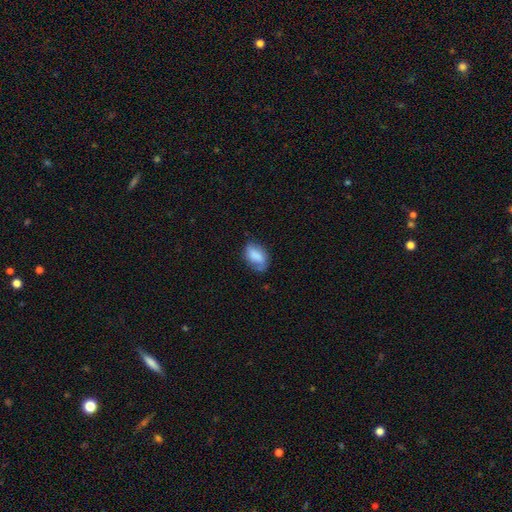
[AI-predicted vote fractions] smooth_or_featured: smooth (p=0.80) [alt: featured or disk p=0.12]
how_rounded: in between (p=0.89) [alt: round p=0.09]
merging: none (p=0.61) [alt: minor disturbance p=0.30]